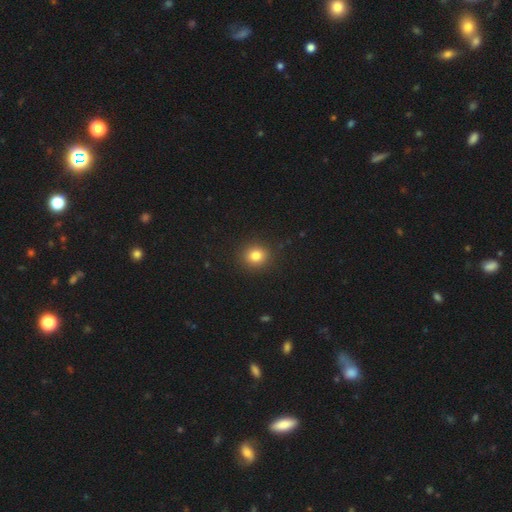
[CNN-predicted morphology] Smooth or featured: smooth — 82% (star or artifact — 12%)
How rounded: round — 83% (in between — 16%)
Merging: none — 91% (minor disturbance — 6%)